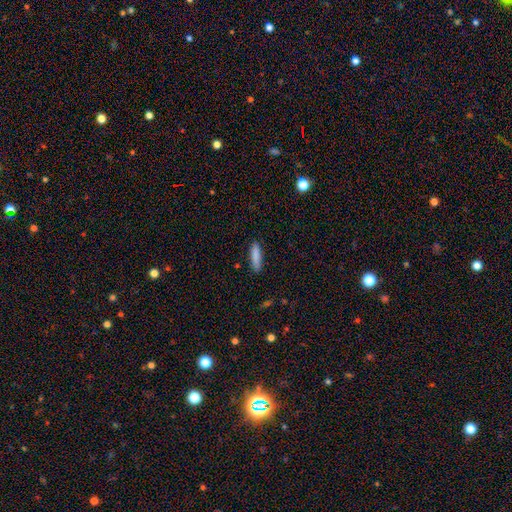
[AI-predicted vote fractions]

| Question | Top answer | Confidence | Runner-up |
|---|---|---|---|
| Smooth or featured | smooth | 86% | featured or disk (7%) |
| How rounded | cigar-shaped | 68% | in between (30%) |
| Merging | none | 86% | minor disturbance (11%) |